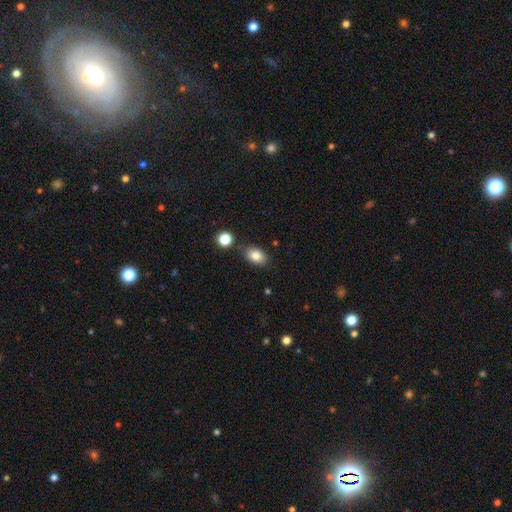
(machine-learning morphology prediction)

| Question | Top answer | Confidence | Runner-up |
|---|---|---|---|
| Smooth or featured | smooth | 84% | star or artifact (9%) |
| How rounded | in between | 83% | round (15%) |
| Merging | none | 80% | minor disturbance (12%) |